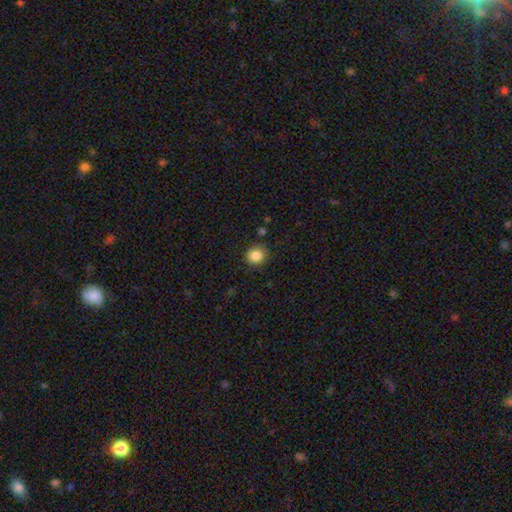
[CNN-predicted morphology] A smooth galaxy with no disk features (86%) that is round (87%).

Vote fractions:
- Smooth or featured? smooth: 86% / star or artifact: 10% / featured or disk: 4%
- How rounded? round: 87% / in between: 12% / cigar-shaped: 1%
- Merging? none: 87% / minor disturbance: 9% / major disturbance: 2% / merger: 2%